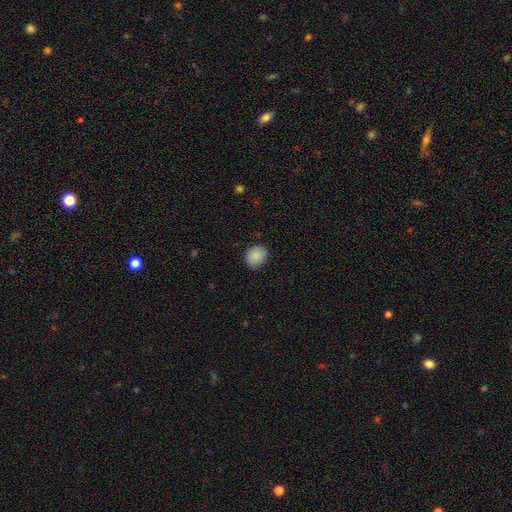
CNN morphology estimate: This is clearly a smooth galaxy (88%). How rounded: likely round (67%). Merging: clearly none (81%).